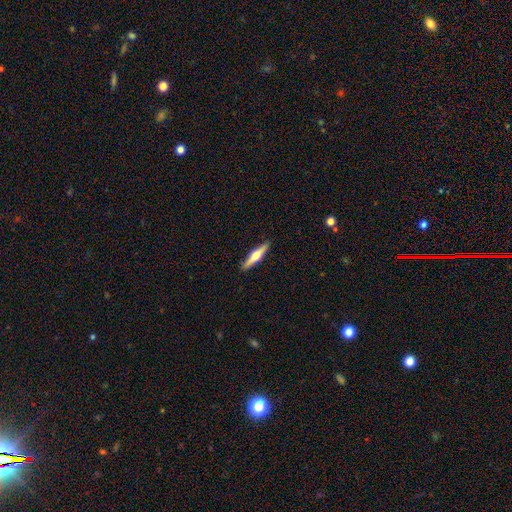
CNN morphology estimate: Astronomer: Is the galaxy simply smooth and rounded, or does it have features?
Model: featured or disk — 57% (runner-up: smooth, 38%).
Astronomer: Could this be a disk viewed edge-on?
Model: yes — 96%.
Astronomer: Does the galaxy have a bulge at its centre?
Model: rounded — 93%.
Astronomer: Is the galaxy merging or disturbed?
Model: none — 91%.